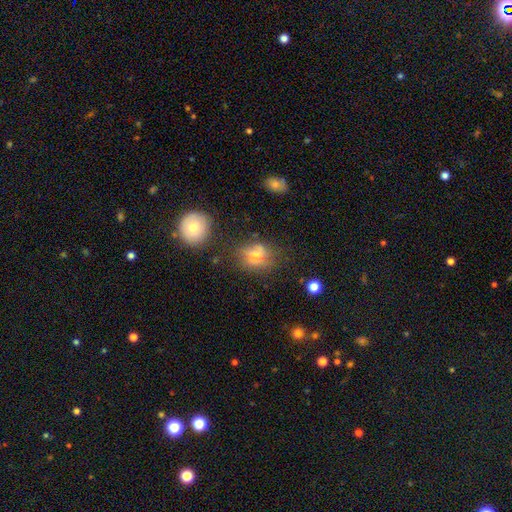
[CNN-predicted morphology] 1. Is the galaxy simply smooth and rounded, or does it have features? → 57% smooth, 27% featured or disk, 16% star or artifact.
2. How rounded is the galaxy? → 59% round, 39% in between, 2% cigar-shaped.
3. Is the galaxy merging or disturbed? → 64% none, 20% minor disturbance, 9% major disturbance, 7% merger.